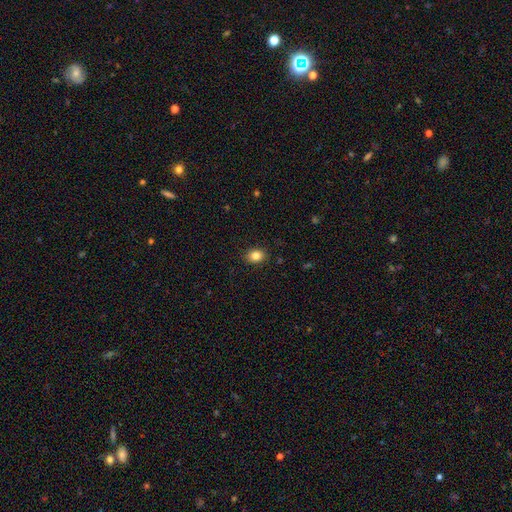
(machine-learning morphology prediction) smooth-or-featured: smooth: 84% | star or artifact: 10% | featured or disk: 6%
  how-rounded: in between: 57% | round: 42% | cigar-shaped: 1%
  merging: none: 89% | minor disturbance: 8% | major disturbance: 2% | merger: 1%